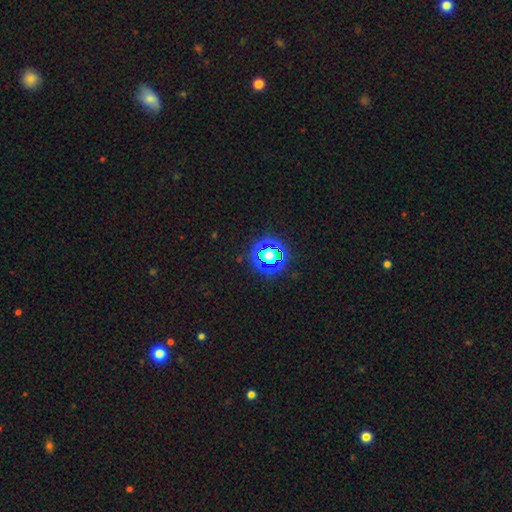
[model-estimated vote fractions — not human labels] A star or artifact, not a galaxy (77%).